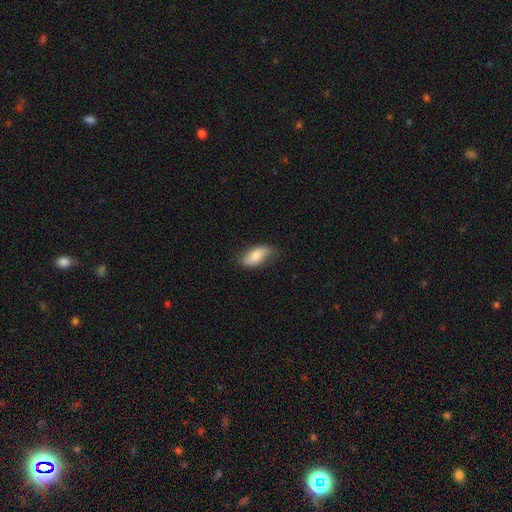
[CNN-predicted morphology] This appears to be a smooth galaxy with no disk features (68%) that is in between round and cigar-shaped (88%). Merging: none (69%).